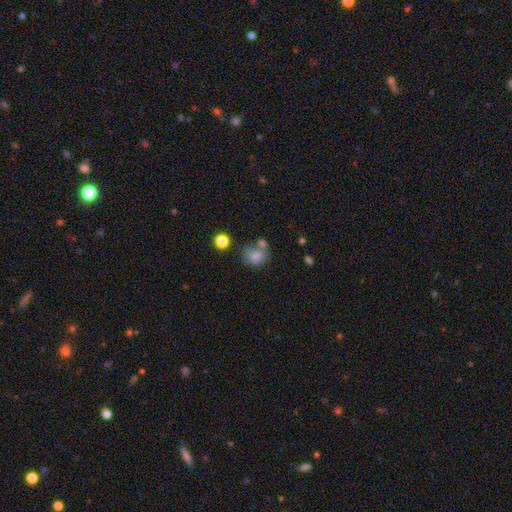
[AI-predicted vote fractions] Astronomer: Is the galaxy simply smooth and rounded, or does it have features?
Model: smooth — 71%.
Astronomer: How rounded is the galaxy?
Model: round — 54% (runner-up: in between, 44%).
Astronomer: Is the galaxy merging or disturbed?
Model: none — 39% (runner-up: merger, 30%).